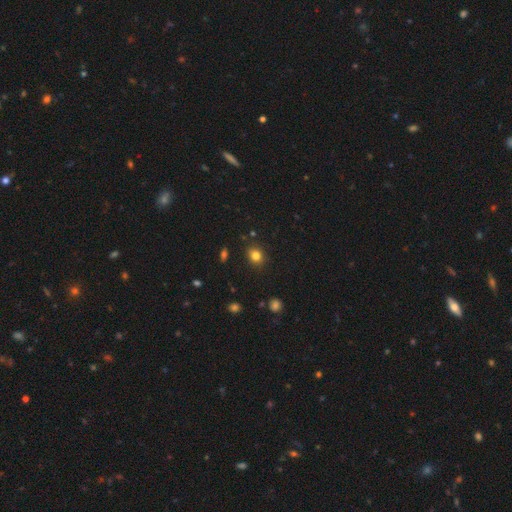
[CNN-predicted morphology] type=smooth (81%); roundness=round (65%); merging=none (87%).